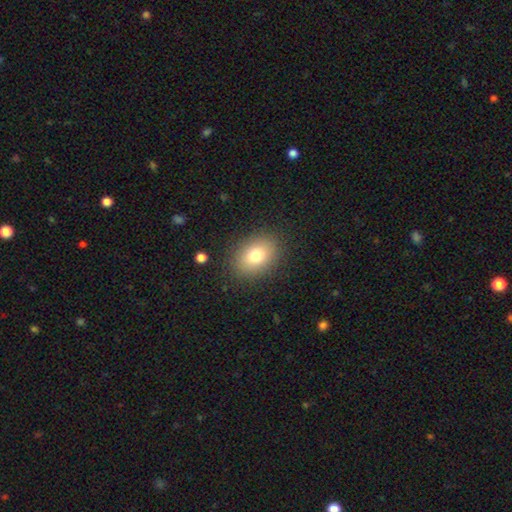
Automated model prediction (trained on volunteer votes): Smooth or featured: smooth — 78% (featured or disk — 12%)
How rounded: in between — 71% (round — 28%)
Merging: none — 86% (minor disturbance — 9%)